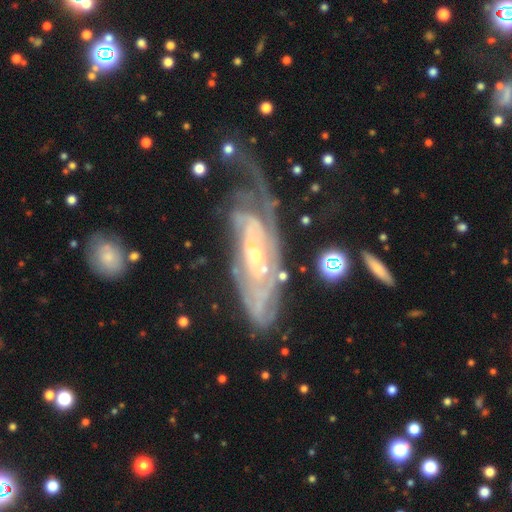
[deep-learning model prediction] smooth-or-featured: featured or disk: 86% | smooth: 8% | star or artifact: 6%
  disk-edge-on: no: 89% | yes: 11%
    bar: no: 51% | weak: 32% | strong: 17%
    has-spiral-arms: yes: 93% | no: 7%
      spiral-winding: tight: 68% | medium: 25% | loose: 7%
      spiral-arm-count: can't tell: 45% | 2: 21% | 3: 13% | 4: 8% | 1: 7% | more than 4: 6%
    bulge-size: small: 70% | moderate: 24% | none: 3% | large: 2% | dominant: 1%
  merging: none: 45% | major disturbance: 25% | minor disturbance: 24% | merger: 6%